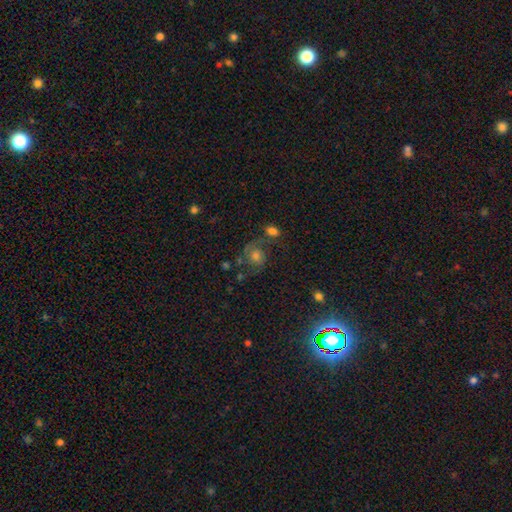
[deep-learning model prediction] The model was most divided on "smooth or featured": featured or disk: 42%, smooth: 38%, star or artifact: 19%. More confident: merging — none (54%).